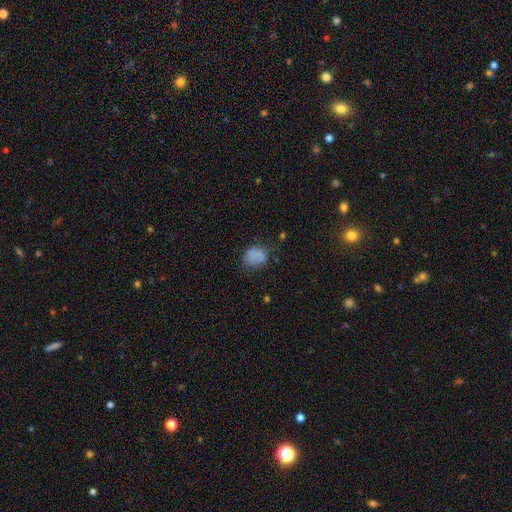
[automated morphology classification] This is likely a smooth galaxy (77%). How rounded: likely round (60%). Merging: possibly none (54%).